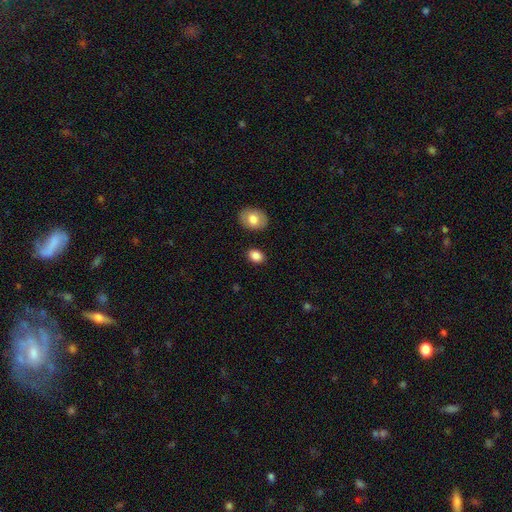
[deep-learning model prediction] The model was most divided on "how rounded": in between: 65%, round: 34%, cigar-shaped: 1%. More confident: smooth or featured — smooth (85%); merging — none (81%).